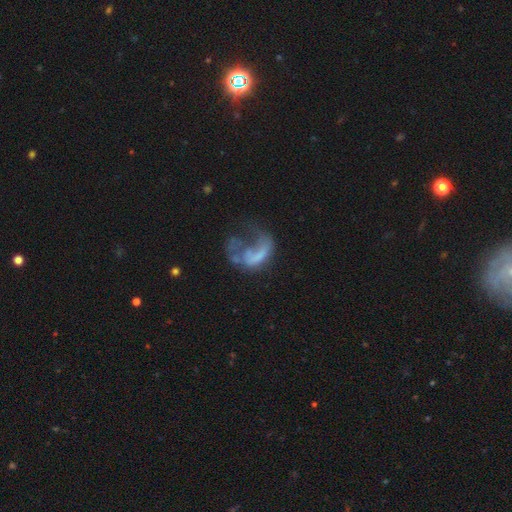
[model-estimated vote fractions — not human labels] Smooth or featured? featured or disk (56%)
Edge-on disk? no (97%)
Bar? no (81%)
Spiral arms? no (73%)
Bulge size? none (71%)
Merging? major disturbance (57%)